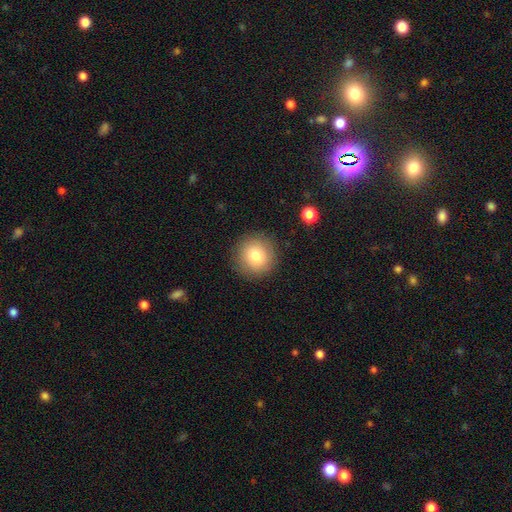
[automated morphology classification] Q: Smooth or featured?
A: smooth (80%); runner-up: featured or disk (11%)
Q: How rounded?
A: round (93%); runner-up: in between (6%)
Q: Merging?
A: none (89%); runner-up: minor disturbance (8%)